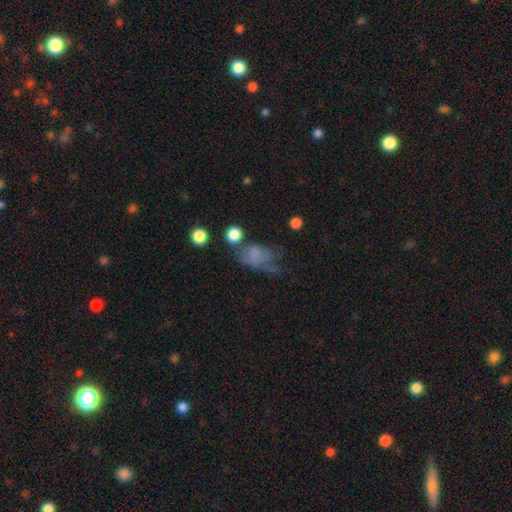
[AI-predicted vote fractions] Overall: smooth (56%; featured or disk 28%). How rounded: in between (77%). Merging: major disturbance (35%; none 30%).